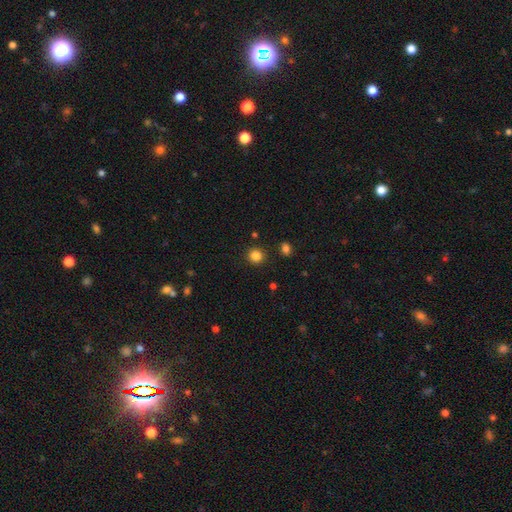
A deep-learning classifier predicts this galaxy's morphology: smooth 84%, star or artifact 12%, featured or disk 4%. Down the decision tree: how rounded — round (91%); merging — none (90%).